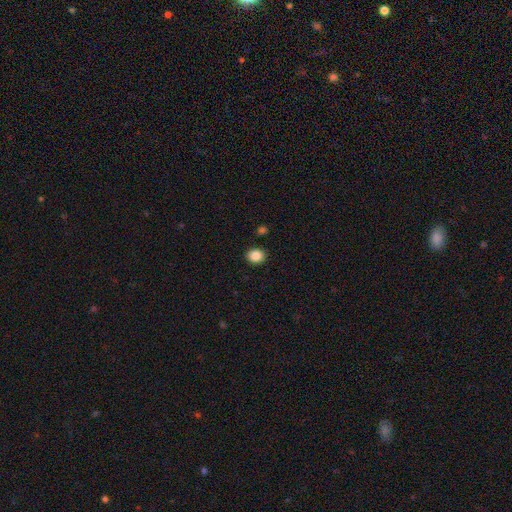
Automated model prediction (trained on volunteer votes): Smooth or featured?
  - smooth: 86% *
  - star or artifact: 9%
  - featured or disk: 4%
How rounded?
  - round: 61% *
  - in between: 38%
  - cigar-shaped: 1%
Merging?
  - none: 90% *
  - minor disturbance: 6%
  - major disturbance: 2%
  - merger: 2%